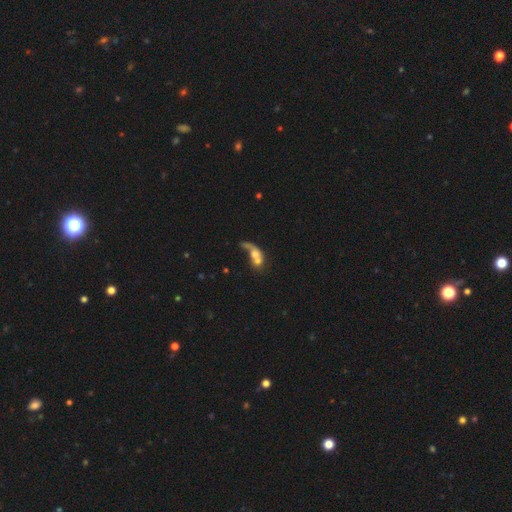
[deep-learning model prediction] smooth_or_featured: smooth (p=0.50) [alt: featured or disk p=0.39]
how_rounded: in between (p=0.53) [alt: round p=0.41]
merging: merger (p=0.65) [alt: major disturbance p=0.15]